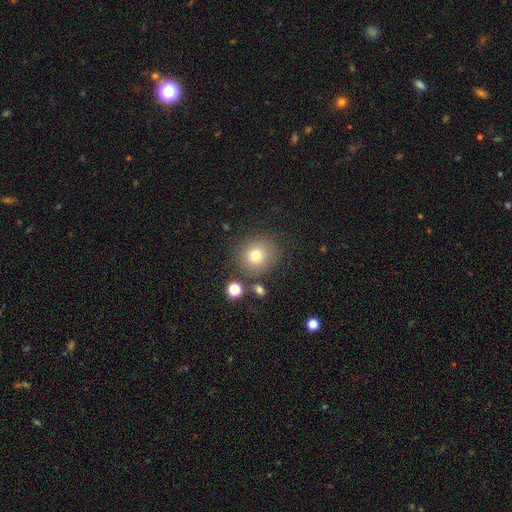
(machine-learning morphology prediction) Overall: smooth (77%). How rounded: round (88%). Merging: none (81%).